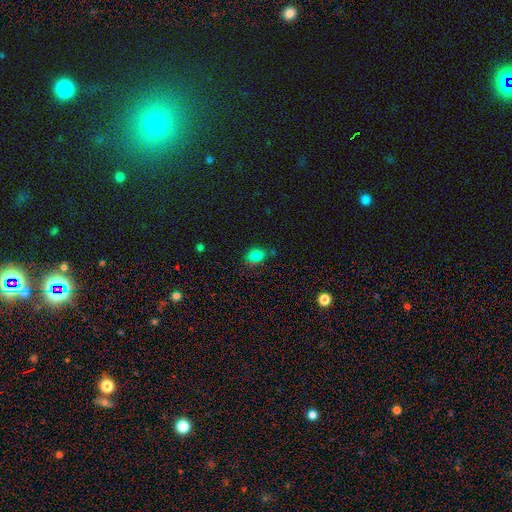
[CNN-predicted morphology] Smooth or featured? Predicted: smooth (p=0.81). How rounded? Predicted: in between (p=0.65). Merging? Predicted: none (p=0.66).